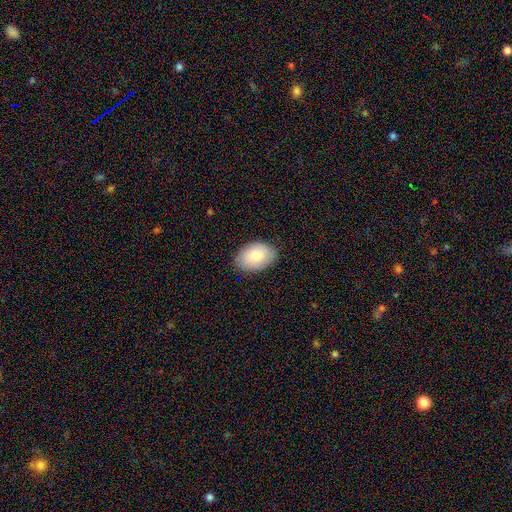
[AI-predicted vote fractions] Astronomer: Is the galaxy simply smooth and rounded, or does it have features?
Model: smooth — 79%.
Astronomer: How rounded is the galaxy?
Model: in between — 87%.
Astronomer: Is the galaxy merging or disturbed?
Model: none — 85%.